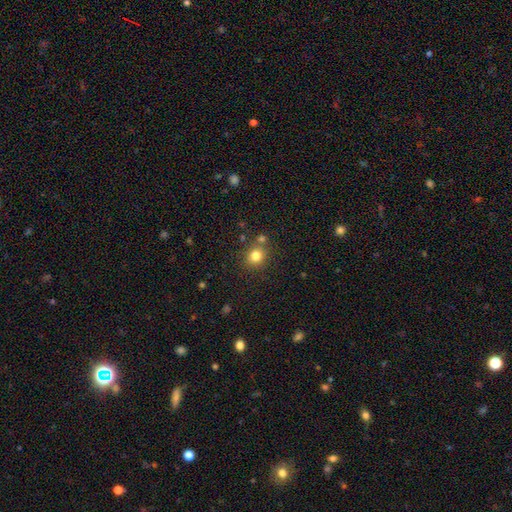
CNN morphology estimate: smooth_or_featured: smooth (p=0.80) [alt: star or artifact p=0.13]
how_rounded: round (p=0.82) [alt: in between p=0.17]
merging: none (p=0.74) [alt: merger p=0.13]